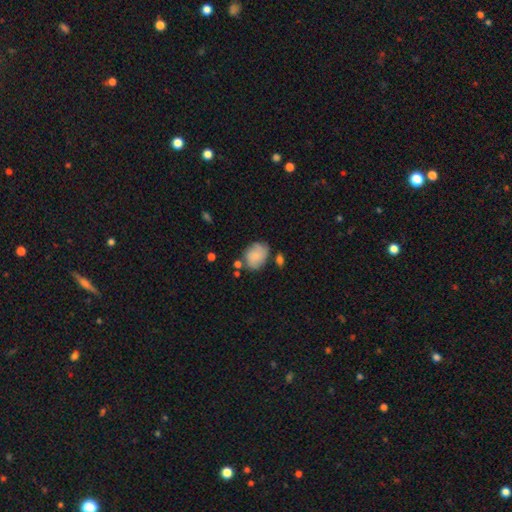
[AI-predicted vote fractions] The model was most divided on "how rounded": in between: 64%, round: 35%, cigar-shaped: 1%. More confident: smooth or featured — smooth (78%); merging — none (62%).